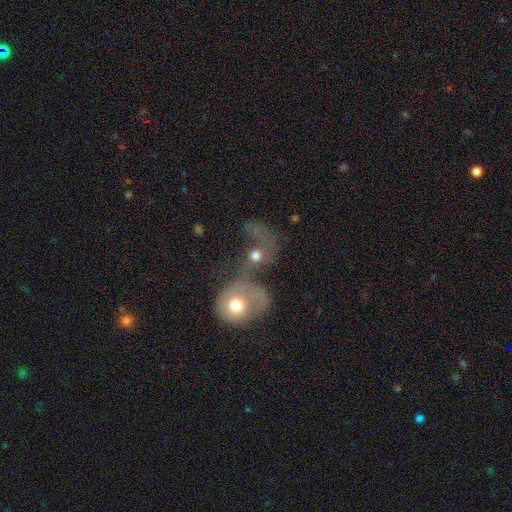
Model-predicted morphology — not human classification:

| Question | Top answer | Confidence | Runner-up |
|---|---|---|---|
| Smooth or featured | smooth | 52% | featured or disk (37%) |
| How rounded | round | 65% | in between (33%) |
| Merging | merger | 69% | major disturbance (15%) |